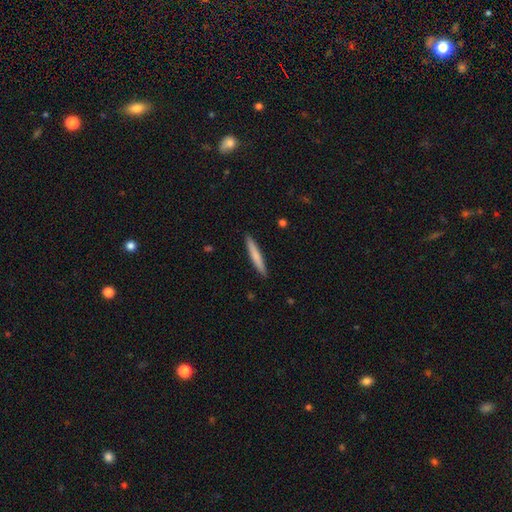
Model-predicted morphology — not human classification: smooth 73%, featured or disk 22%, star or artifact 5%. Down the decision tree: how rounded — cigar-shaped (95%); merging — none (91%).